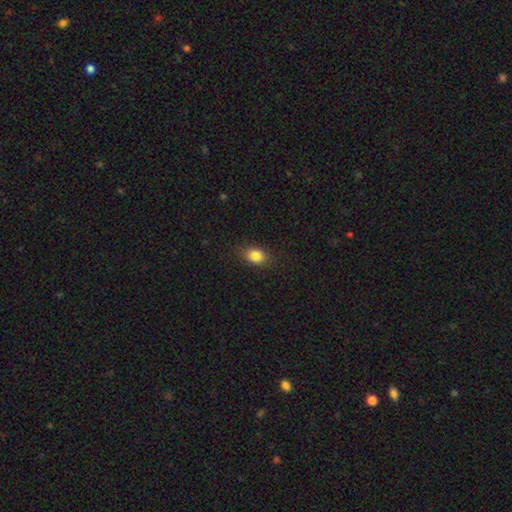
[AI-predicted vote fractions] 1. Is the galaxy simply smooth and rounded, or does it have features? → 85% smooth, 9% star or artifact, 6% featured or disk.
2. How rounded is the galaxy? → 66% in between, 32% round, 2% cigar-shaped.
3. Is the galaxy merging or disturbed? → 85% none, 11% minor disturbance, 3% major disturbance, 1% merger.